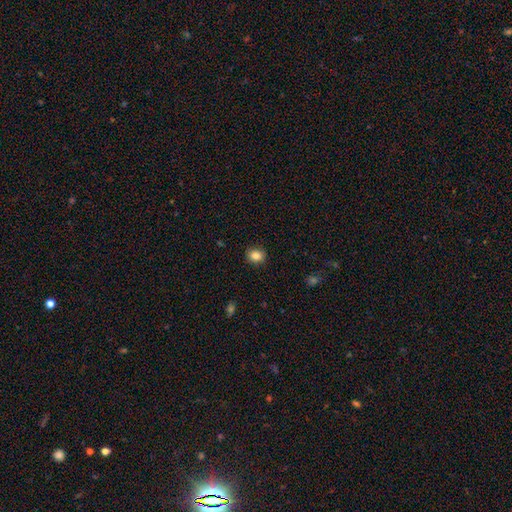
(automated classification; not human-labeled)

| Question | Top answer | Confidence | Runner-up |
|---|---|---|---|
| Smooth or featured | smooth | 85% | star or artifact (10%) |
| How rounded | round | 59% | in between (40%) |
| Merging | none | 89% | minor disturbance (8%) |